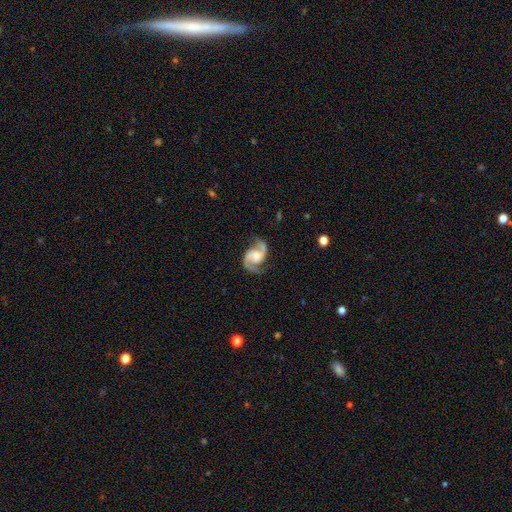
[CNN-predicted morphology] type=featured or disk (92%); edge-on=no (98%); bar=no (52%); spiral arms=yes (98%); winding=medium (57%); arm count=2 (94%); bulge=moderate (45%); merging=none (78%).